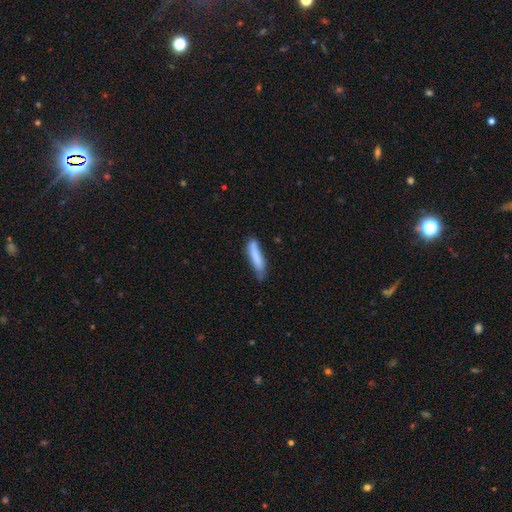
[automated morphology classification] Overall: smooth (80%). How rounded: cigar-shaped (82%). Merging: none (58%; minor disturbance 31%).